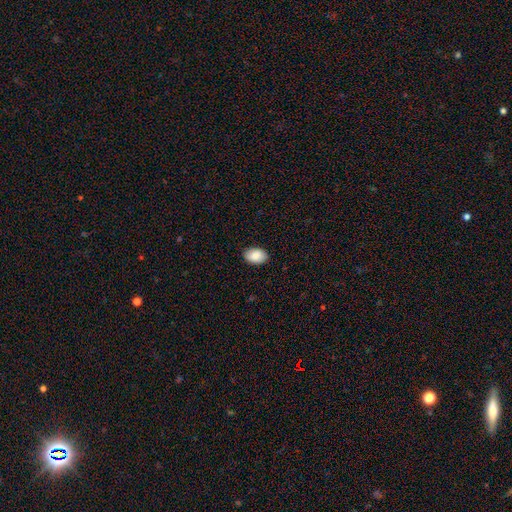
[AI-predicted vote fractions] smooth-or-featured: smooth: 88% | star or artifact: 7% | featured or disk: 5%
  how-rounded: in between: 90% | round: 9% | cigar-shaped: 1%
  merging: none: 89% | minor disturbance: 8% | major disturbance: 2% | merger: 1%